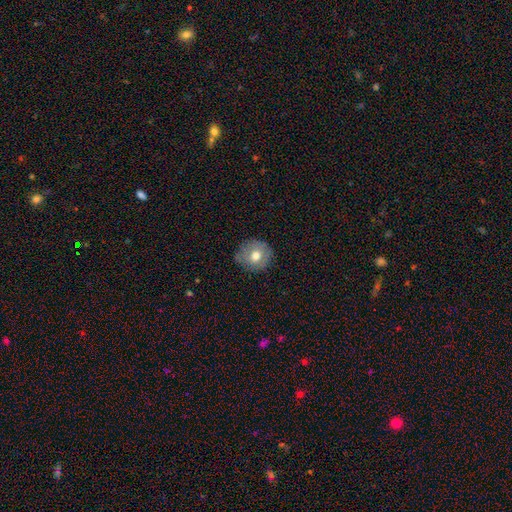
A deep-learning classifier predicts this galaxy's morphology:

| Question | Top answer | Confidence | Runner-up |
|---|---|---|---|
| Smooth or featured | smooth | 68% | featured or disk (23%) |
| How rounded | round | 88% | in between (11%) |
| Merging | none | 76% | minor disturbance (19%) |